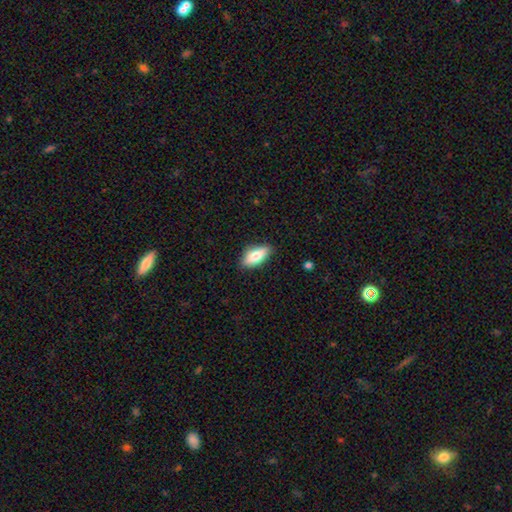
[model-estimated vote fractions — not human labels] Smooth or featured: smooth — 76% (featured or disk — 17%)
How rounded: in between — 83% (cigar-shaped — 14%)
Merging: none — 85% (minor disturbance — 12%)